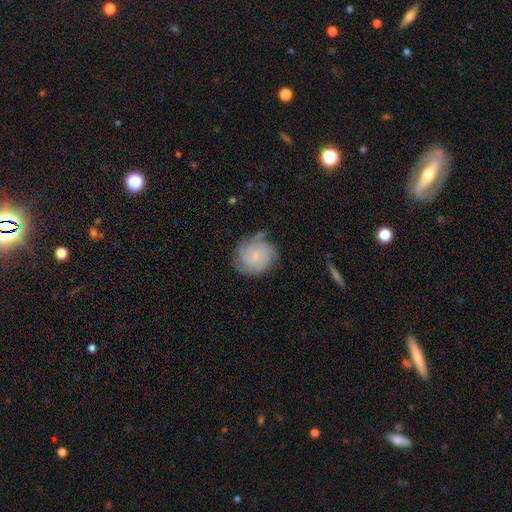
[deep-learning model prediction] Smooth or featured?
  - featured or disk: 64% *
  - smooth: 27%
  - star or artifact: 9%
Edge-on disk?
  - no: 98% *
  - yes: 2%
Bar?
  - no: 77% *
  - weak: 20%
  - strong: 3%
Spiral arms?
  - yes: 91% *
  - no: 9%
Spiral winding?
  - tight: 62% *
  - medium: 28%
  - loose: 9%
Spiral arm count?
  - can't tell: 36% *
  - 3: 20%
  - 4: 19%
  - 2: 11%
  - more than 4: 7%
  - 1: 7%
Bulge size?
  - small: 72% *
  - moderate: 17%
  - none: 8%
  - large: 2%
  - dominant: 1%
Merging?
  - none: 67% *
  - minor disturbance: 22%
  - major disturbance: 9%
  - merger: 2%